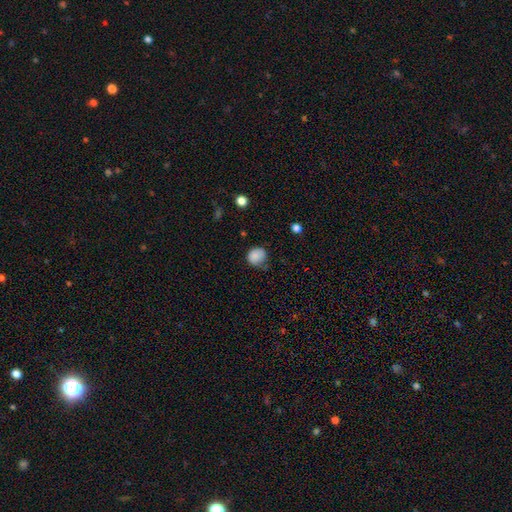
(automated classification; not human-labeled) Morphology: type=smooth (84%); roundness=round (81%); merging=none (62%).